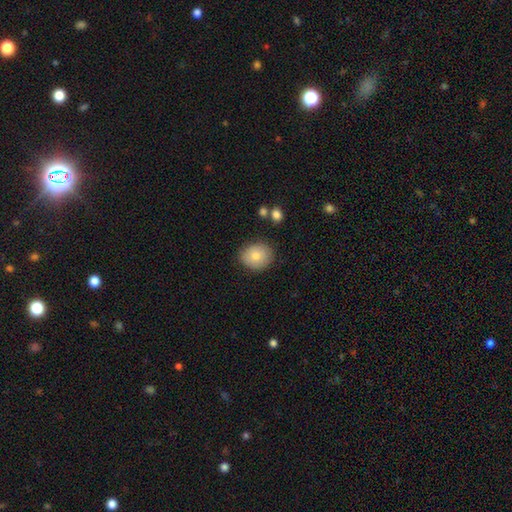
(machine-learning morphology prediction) Smooth or featured: smooth — 80% (featured or disk — 12%)
How rounded: round — 69% (in between — 30%)
Merging: none — 83% (minor disturbance — 12%)